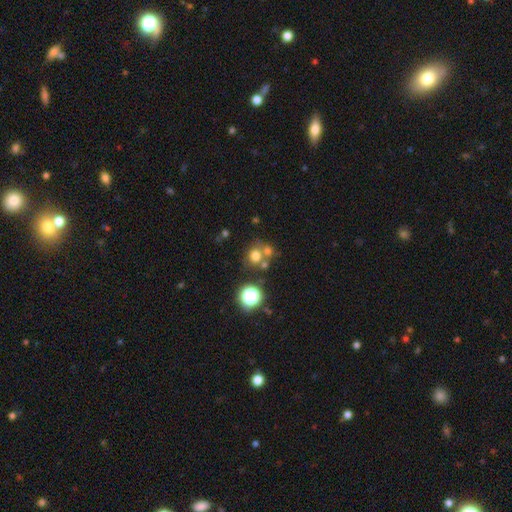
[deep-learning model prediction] Smooth or featured? Predicted: smooth (p=0.68). How rounded? Predicted: round (p=0.84). Merging? Predicted: none (p=0.56).